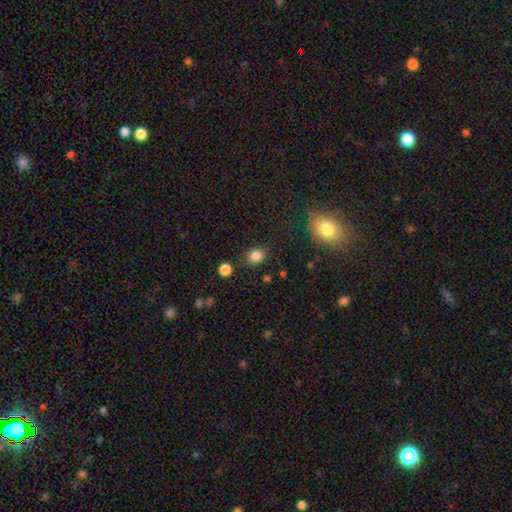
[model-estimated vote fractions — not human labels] Smooth or featured: smooth — 83% (star or artifact — 12%)
How rounded: in between — 53% (round — 46%)
Merging: none — 80% (minor disturbance — 13%)